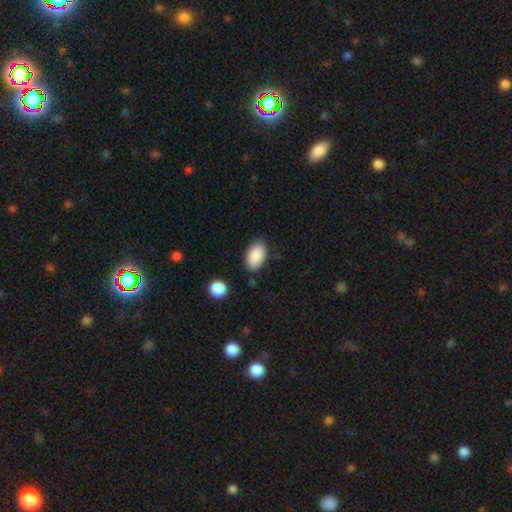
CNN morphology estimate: smooth-or-featured: smooth: 88% | star or artifact: 7% | featured or disk: 5%
  how-rounded: in between: 94% | round: 5% | cigar-shaped: 2%
  merging: none: 83% | minor disturbance: 12% | merger: 3% | major disturbance: 3%